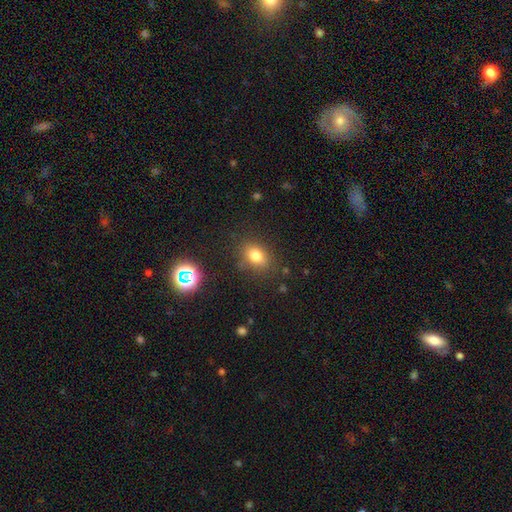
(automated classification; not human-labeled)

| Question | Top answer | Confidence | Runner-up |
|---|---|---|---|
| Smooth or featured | smooth | 78% | star or artifact (14%) |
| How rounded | in between | 69% | round (29%) |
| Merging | none | 80% | minor disturbance (13%) |